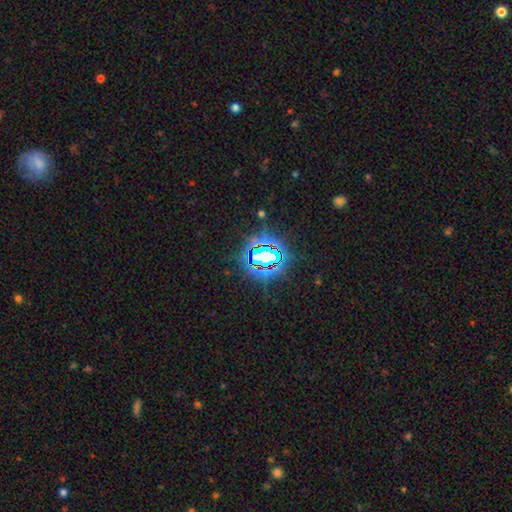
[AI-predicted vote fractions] Morphology: type=star or artifact (78%).